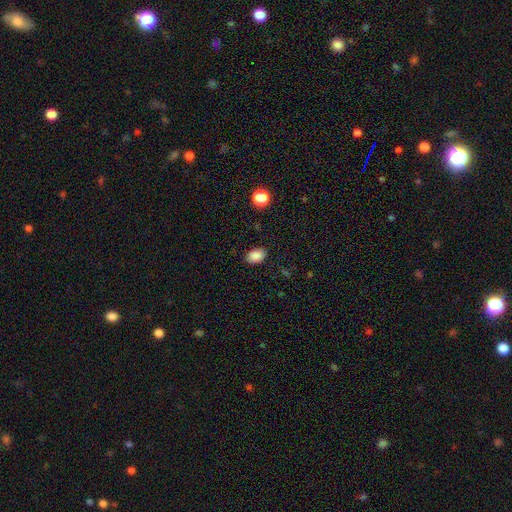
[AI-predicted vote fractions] The model was most divided on "how rounded": in between: 81%, round: 18%, cigar-shaped: 1%. More confident: smooth or featured — smooth (87%); merging — none (86%).